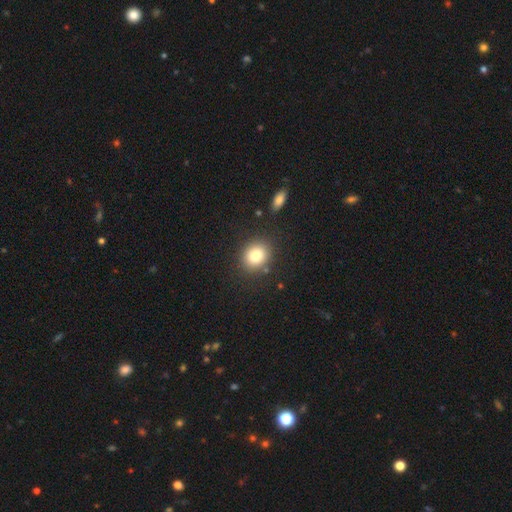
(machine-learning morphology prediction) smooth_or_featured: smooth (p=0.81) [alt: star or artifact p=0.11]
how_rounded: round (p=0.70) [alt: in between p=0.29]
merging: none (p=0.84) [alt: minor disturbance p=0.09]